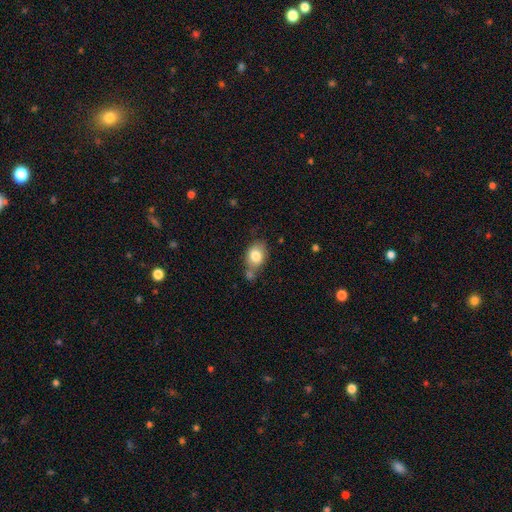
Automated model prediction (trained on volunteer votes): Morphology: type=smooth (81%); roundness=in between (73%); merging=none (52%).